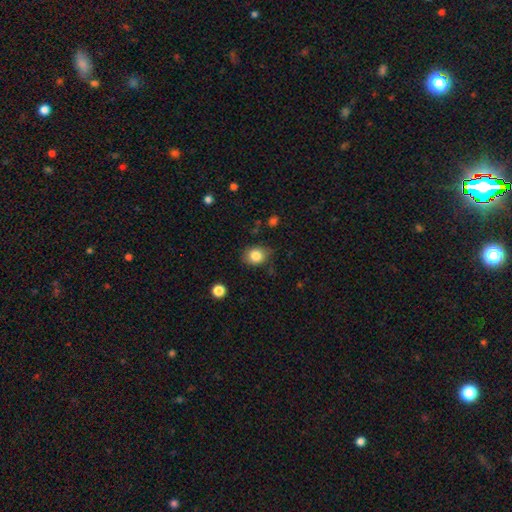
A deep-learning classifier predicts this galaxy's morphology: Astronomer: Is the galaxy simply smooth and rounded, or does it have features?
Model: smooth — 84%.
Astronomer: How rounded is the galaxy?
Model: round — 56% (runner-up: in between, 43%).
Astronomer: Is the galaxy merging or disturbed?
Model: none — 75%.